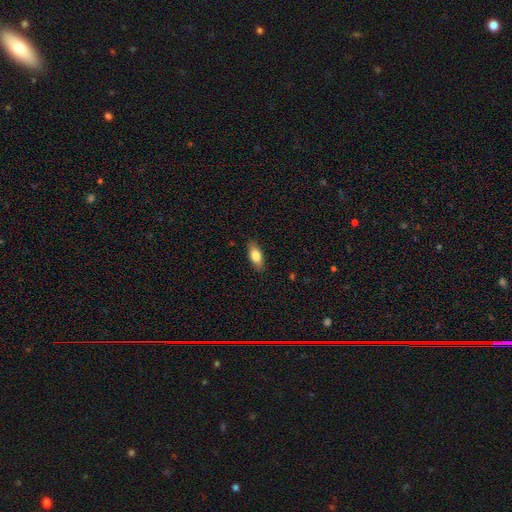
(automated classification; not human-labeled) smooth-or-featured: smooth: 78% | featured or disk: 15% | star or artifact: 7%
  how-rounded: in between: 82% | cigar-shaped: 15% | round: 3%
  merging: none: 87% | minor disturbance: 10% | major disturbance: 2% | merger: 1%